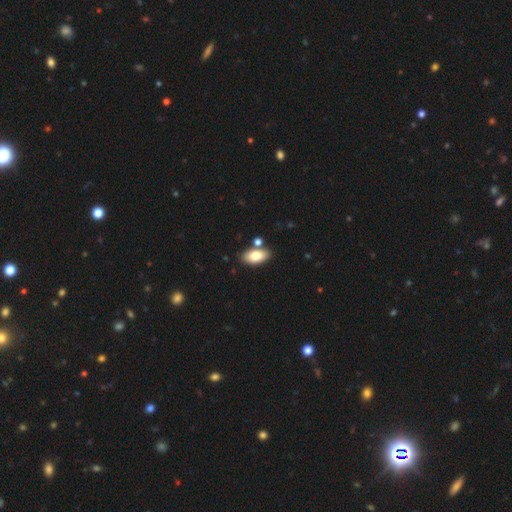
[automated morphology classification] Smooth or featured?
  - smooth: 79% *
  - featured or disk: 14%
  - star or artifact: 7%
How rounded?
  - in between: 93% *
  - round: 4%
  - cigar-shaped: 3%
Merging?
  - none: 76% *
  - merger: 11%
  - minor disturbance: 10%
  - major disturbance: 3%